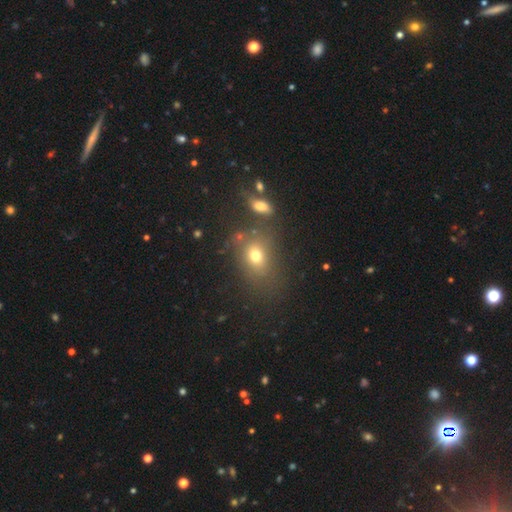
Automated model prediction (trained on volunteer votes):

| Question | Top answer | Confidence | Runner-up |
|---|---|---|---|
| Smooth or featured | smooth | 71% | star or artifact (16%) |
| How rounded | in between | 57% | round (41%) |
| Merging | none | 64% | minor disturbance (15%) |